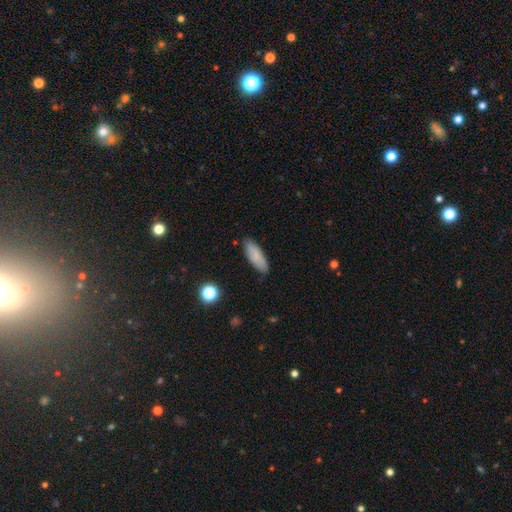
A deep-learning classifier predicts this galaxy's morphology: Smooth or featured? Predicted: smooth (p=0.84). How rounded? Predicted: in between (p=0.64). Merging? Predicted: none (p=0.84).